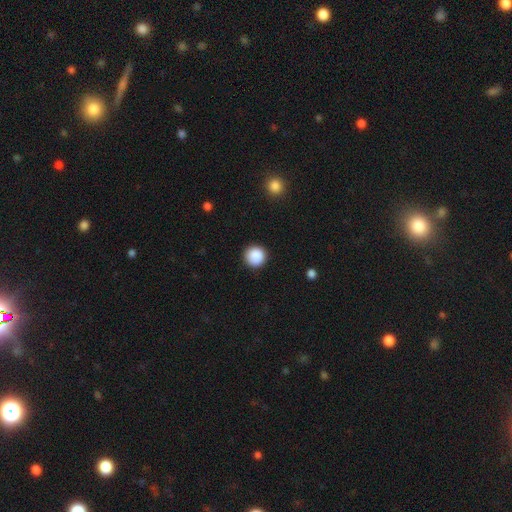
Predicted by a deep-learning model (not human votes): Smooth or featured?
  - smooth: 88% *
  - star or artifact: 9%
  - featured or disk: 3%
How rounded?
  - round: 96% *
  - in between: 4%
  - cigar-shaped: 1%
Merging?
  - none: 91% *
  - minor disturbance: 6%
  - major disturbance: 2%
  - merger: 1%